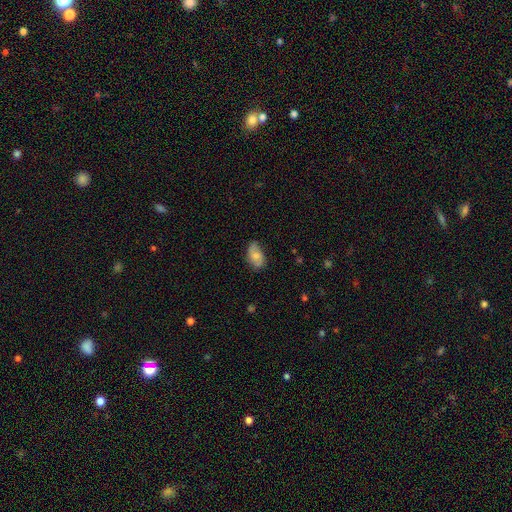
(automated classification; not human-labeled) Smooth or featured? smooth (67%)
How rounded? in between (91%)
Merging? none (65%)